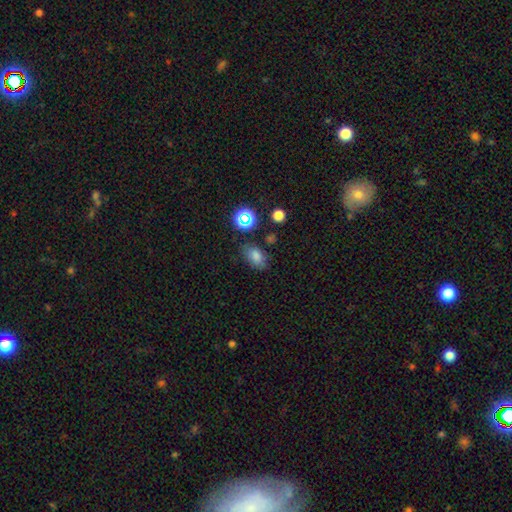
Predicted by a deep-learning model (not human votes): The model was most divided on "merging": none: 74%, minor disturbance: 18%, major disturbance: 5%, merger: 4%. More confident: how rounded — in between (85%); smooth or featured — smooth (77%).